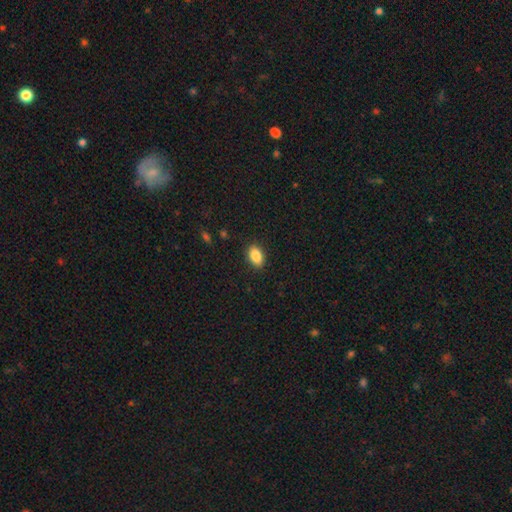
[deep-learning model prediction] smooth 87%, star or artifact 8%, featured or disk 5%. Down the decision tree: how rounded — in between (88%); merging — none (89%).